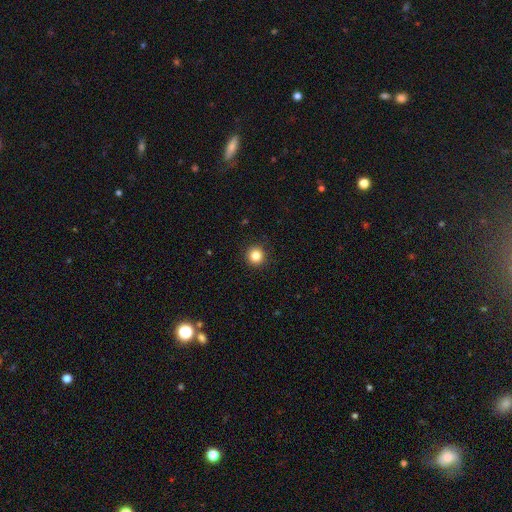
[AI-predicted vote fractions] Smooth or featured?
  - smooth: 84% *
  - star or artifact: 11%
  - featured or disk: 5%
How rounded?
  - round: 95% *
  - in between: 4%
  - cigar-shaped: 1%
Merging?
  - none: 92% *
  - minor disturbance: 5%
  - major disturbance: 2%
  - merger: 1%